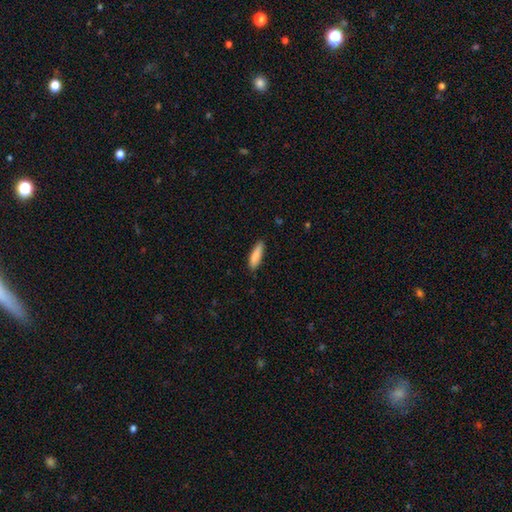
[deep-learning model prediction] A smooth galaxy with no disk features (85%) that is cigar-shaped (65%). Merging: none (84%).